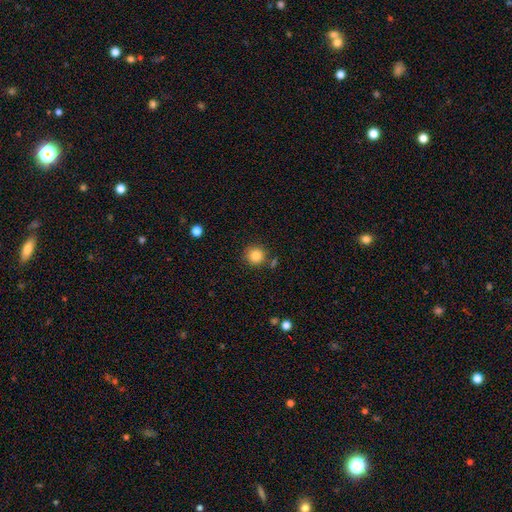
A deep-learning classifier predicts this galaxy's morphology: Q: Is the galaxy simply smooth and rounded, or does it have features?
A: smooth — 84%.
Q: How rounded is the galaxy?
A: round — 93%.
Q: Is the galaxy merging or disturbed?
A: none — 81%.